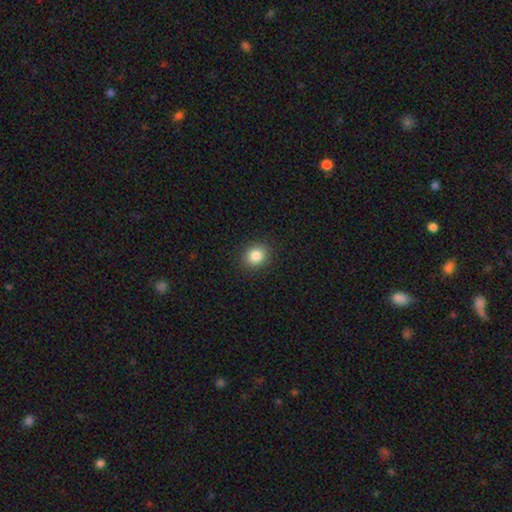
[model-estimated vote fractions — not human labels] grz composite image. It shows a smooth galaxy with no disk features (84%) that is round (73%). Merging: none (91%).